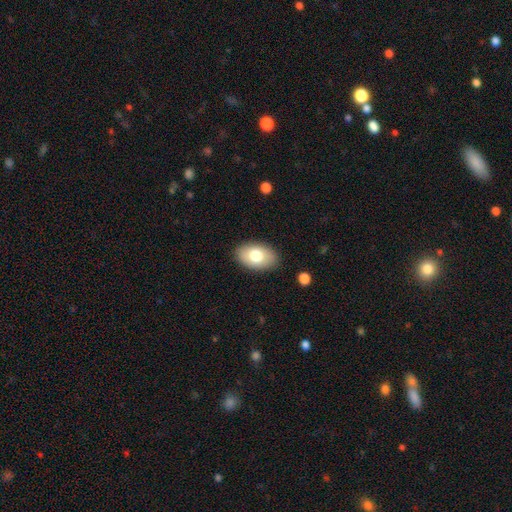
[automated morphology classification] Smooth or featured: smooth — 77% (featured or disk — 16%)
How rounded: in between — 91% (round — 8%)
Merging: none — 87% (minor disturbance — 10%)